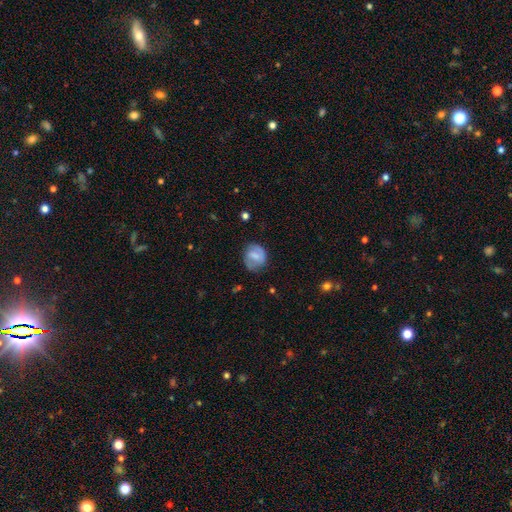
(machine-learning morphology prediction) smooth-or-featured: featured or disk: 51% | smooth: 41% | star or artifact: 8%
  disk-edge-on: no: 97% | yes: 3%
  merging: none: 70% | minor disturbance: 21% | major disturbance: 8% | merger: 2%